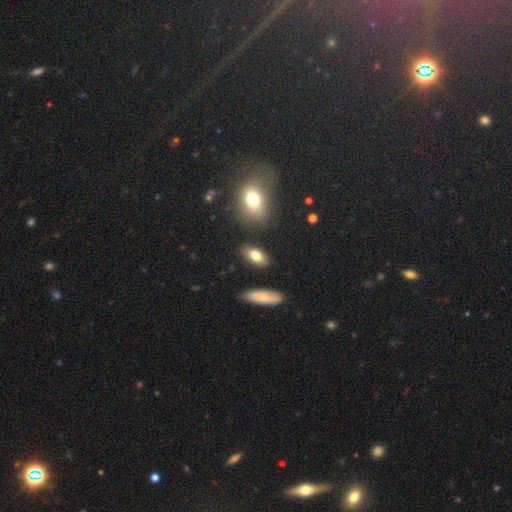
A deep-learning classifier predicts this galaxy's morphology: smooth_or_featured: smooth (p=0.78) [alt: featured or disk p=0.14]
how_rounded: in between (p=0.86) [alt: cigar-shaped p=0.09]
merging: none (p=0.84) [alt: minor disturbance p=0.10]